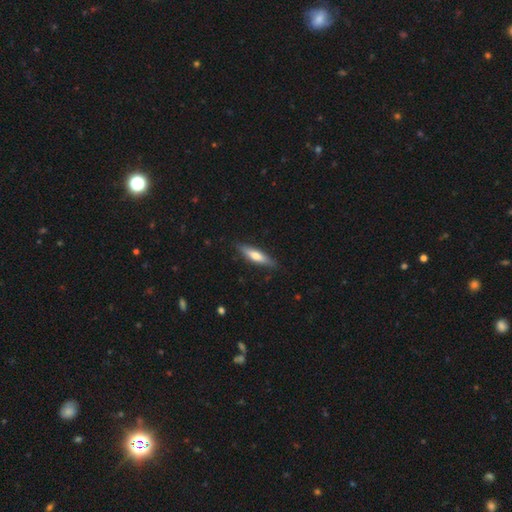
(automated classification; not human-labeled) Smooth or featured? smooth (56%)
How rounded? cigar-shaped (73%)
Merging? none (86%)